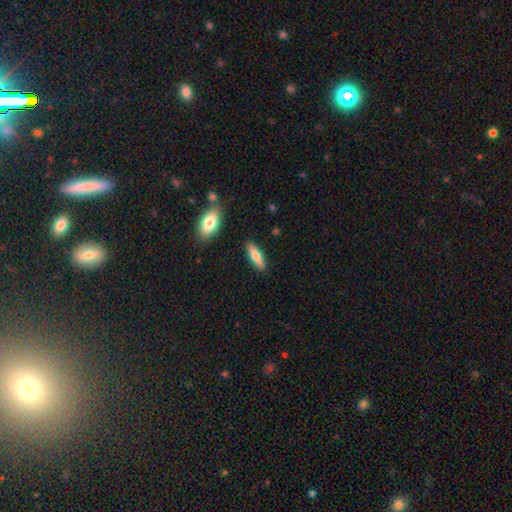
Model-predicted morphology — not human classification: Overall: smooth (68%). How rounded: cigar-shaped (60%; in between 38%). Merging: none (87%).